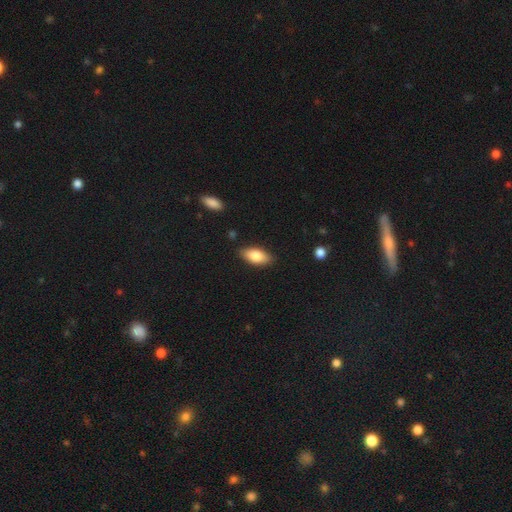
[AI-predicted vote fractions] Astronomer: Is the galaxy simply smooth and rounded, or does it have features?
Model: smooth — 81%.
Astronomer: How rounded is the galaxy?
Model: in between — 89%.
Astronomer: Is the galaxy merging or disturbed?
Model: none — 86%.